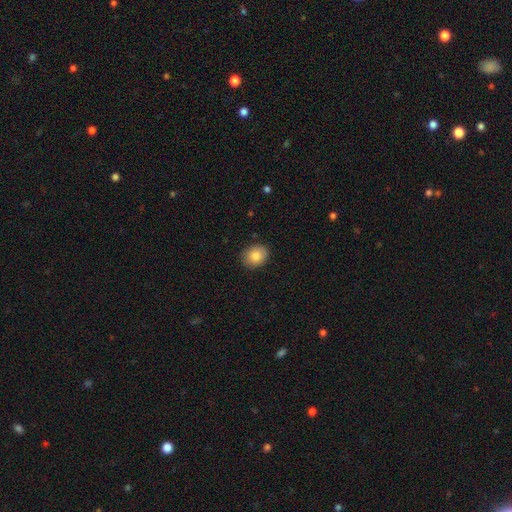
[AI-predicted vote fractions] Q: Smooth or featured?
A: smooth (84%); runner-up: star or artifact (8%)
Q: How rounded?
A: in between (50%); runner-up: round (49%)
Q: Merging?
A: none (86%); runner-up: minor disturbance (11%)